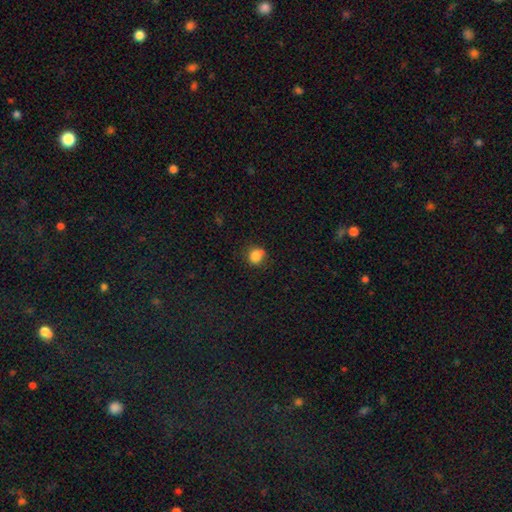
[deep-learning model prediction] smooth_or_featured: smooth (p=0.83) [alt: star or artifact p=0.11]
how_rounded: round (p=0.80) [alt: in between p=0.19]
merging: none (p=0.65) [alt: minor disturbance p=0.24]